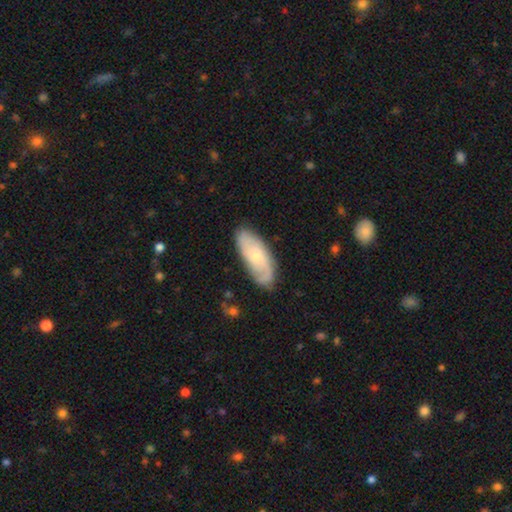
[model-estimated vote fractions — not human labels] smooth-or-featured: featured or disk: 50% | smooth: 44% | star or artifact: 6%
  merging: none: 76% | minor disturbance: 18% | major disturbance: 4% | merger: 2%